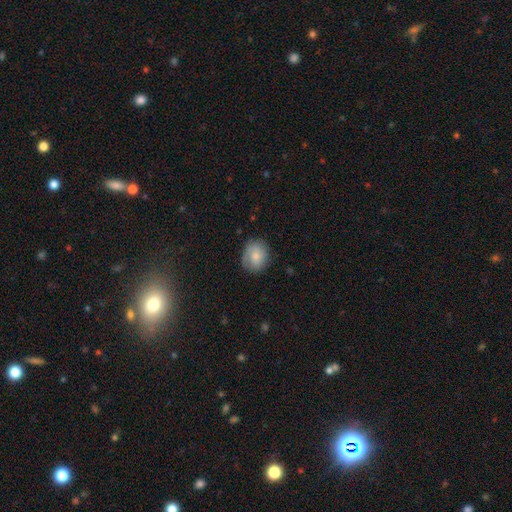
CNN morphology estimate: Smooth or featured? smooth (67%)
How rounded? round (63%)
Merging? none (75%)